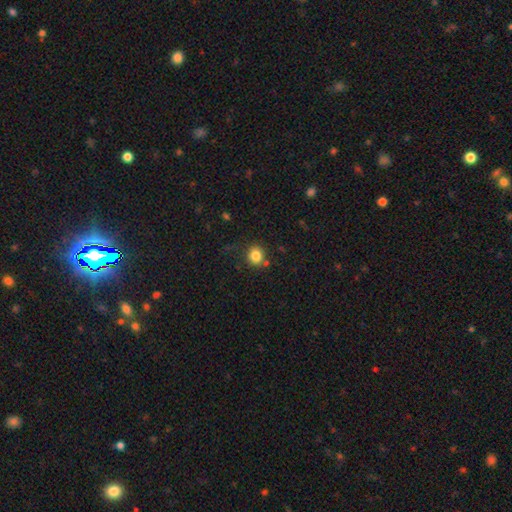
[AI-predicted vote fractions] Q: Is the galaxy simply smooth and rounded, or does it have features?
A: smooth — 83%.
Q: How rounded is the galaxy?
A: round — 86%.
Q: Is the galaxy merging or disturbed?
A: none — 79%.